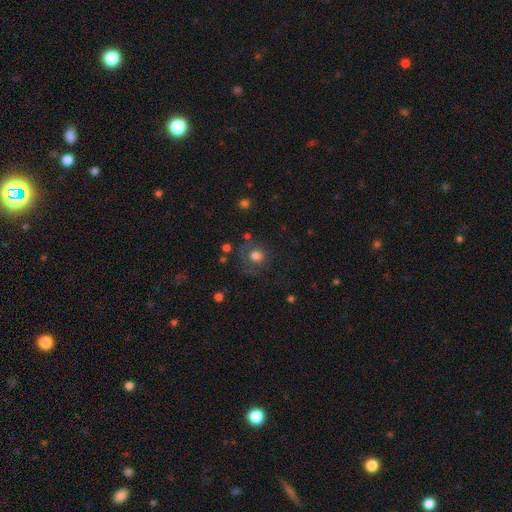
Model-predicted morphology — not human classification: smooth-or-featured: smooth: 72% | featured or disk: 15% | star or artifact: 13%
  how-rounded: round: 82% | in between: 17% | cigar-shaped: 1%
  merging: none: 64% | minor disturbance: 19% | major disturbance: 14% | merger: 3%